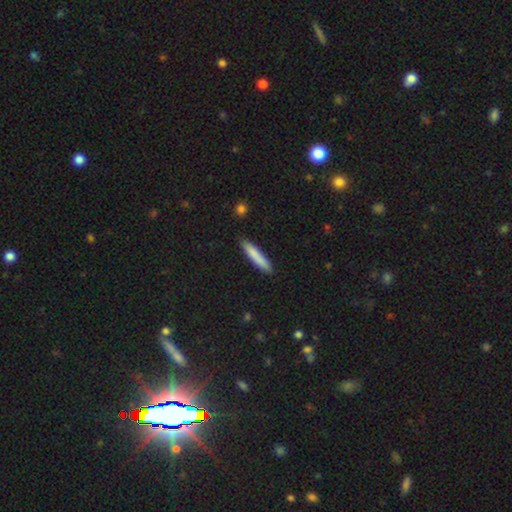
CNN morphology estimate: A smooth galaxy with no disk features (80%) that is cigar-shaped (90%).

Vote fractions:
- Smooth or featured? smooth: 80% / featured or disk: 14% / star or artifact: 6%
- How rounded? cigar-shaped: 90% / in between: 9% / round: 1%
- Merging? none: 88% / minor disturbance: 9% / major disturbance: 2% / merger: 1%